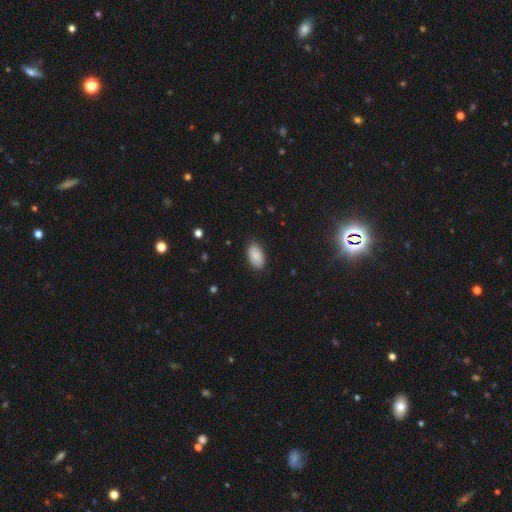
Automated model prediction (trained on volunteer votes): The model was most divided on "merging": none: 85%, minor disturbance: 12%, major disturbance: 3%, merger: 1%. More confident: how rounded — in between (94%); smooth or featured — smooth (86%).